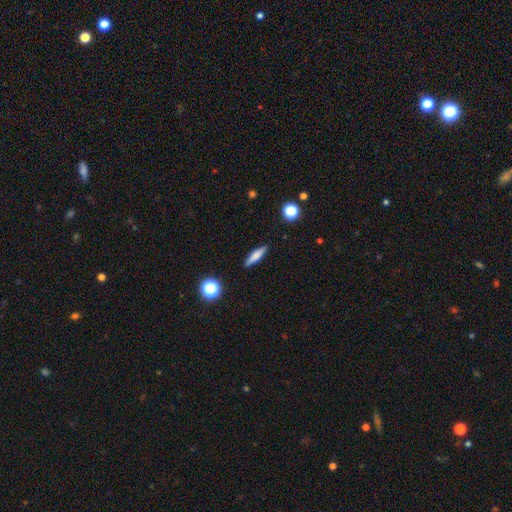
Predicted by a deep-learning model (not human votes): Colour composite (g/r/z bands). It shows a smooth galaxy with no disk features (71%) that is cigar-shaped (76%). Merging: none (89%).